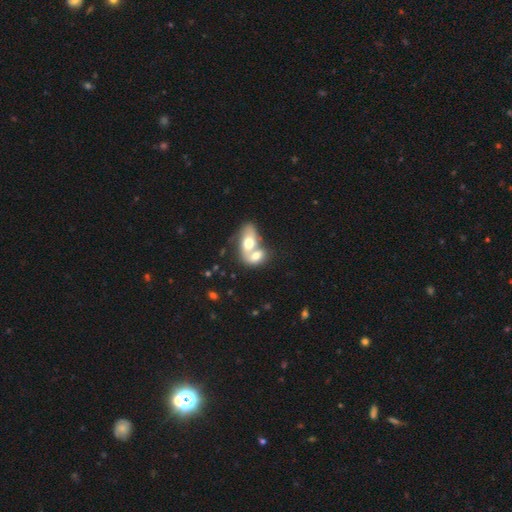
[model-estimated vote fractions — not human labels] Morphology: type=smooth (62%); roundness=in between (80%); merging=merger (78%).